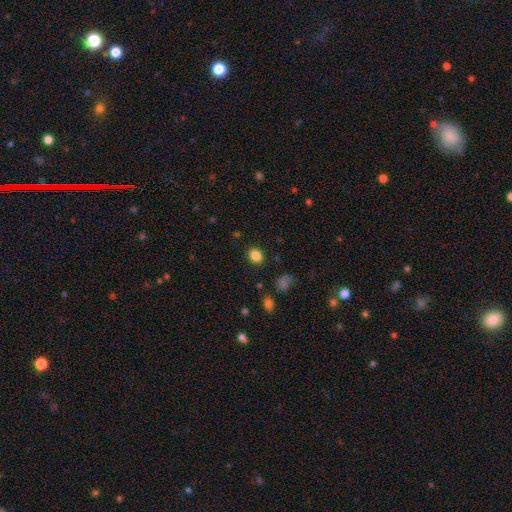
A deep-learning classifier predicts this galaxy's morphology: type=smooth (85%); roundness=in between (52%); merging=none (87%).